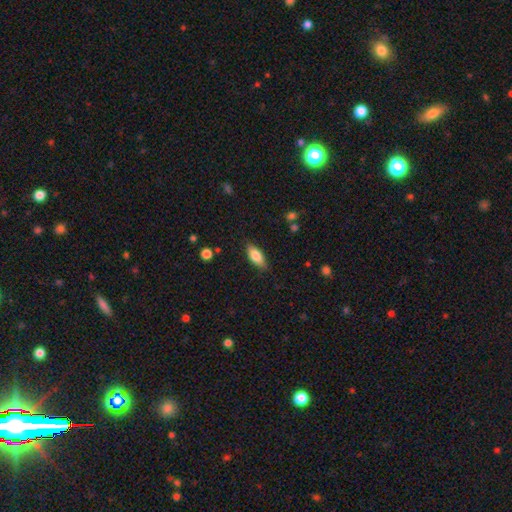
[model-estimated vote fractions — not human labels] The model was most divided on "how rounded": in between: 80%, cigar-shaped: 18%, round: 2%. More confident: merging — none (83%); smooth or featured — smooth (80%).